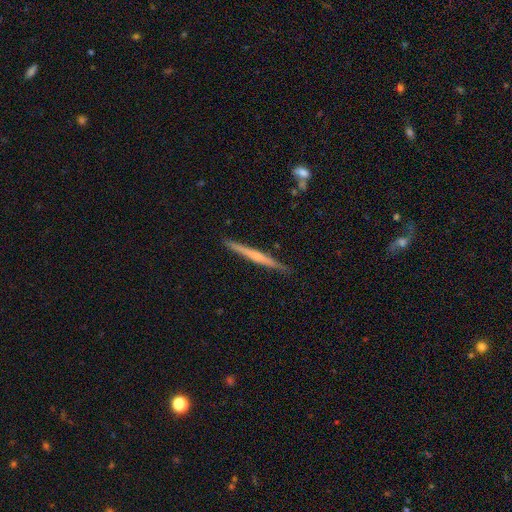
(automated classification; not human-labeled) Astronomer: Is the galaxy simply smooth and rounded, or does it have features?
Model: featured or disk — 57% (runner-up: smooth, 38%).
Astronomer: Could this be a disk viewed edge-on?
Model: yes — 98%.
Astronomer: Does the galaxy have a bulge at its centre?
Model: none — 57% (runner-up: rounded, 33%).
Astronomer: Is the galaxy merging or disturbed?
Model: none — 90%.